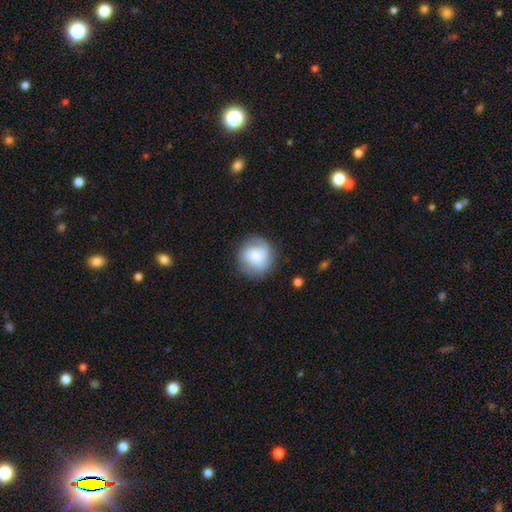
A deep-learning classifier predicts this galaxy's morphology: smooth-or-featured: smooth: 66% | featured or disk: 26% | star or artifact: 8%
  how-rounded: round: 89% | in between: 11% | cigar-shaped: 1%
  merging: none: 73% | minor disturbance: 18% | major disturbance: 8% | merger: 2%